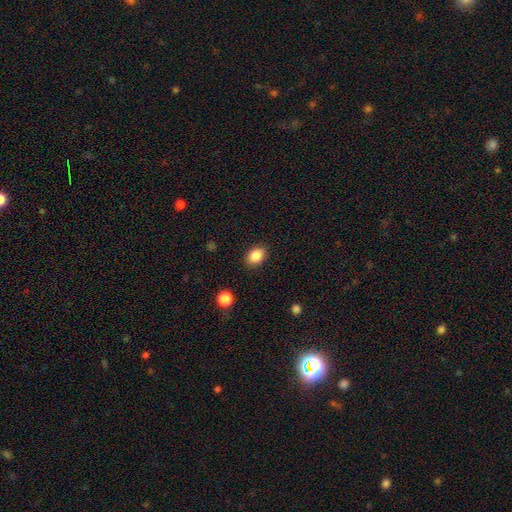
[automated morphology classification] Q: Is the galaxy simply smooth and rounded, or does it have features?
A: smooth — 87%.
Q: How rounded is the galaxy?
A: in between — 73%.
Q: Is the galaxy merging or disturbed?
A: none — 87%.